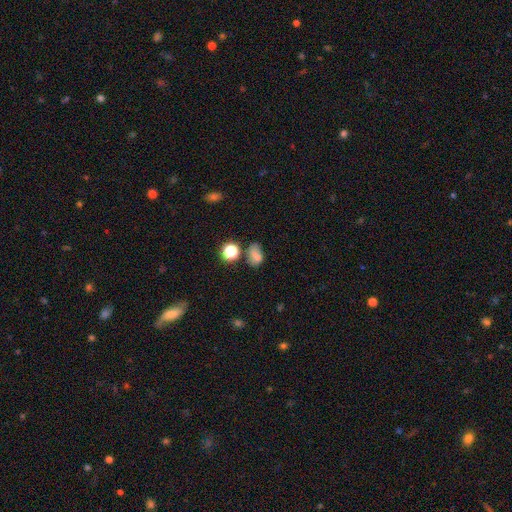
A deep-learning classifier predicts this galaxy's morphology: The model was most divided on "merging": none: 48%, minor disturbance: 26%, merger: 14%, major disturbance: 13%. More confident: how rounded — in between (72%); smooth or featured — smooth (67%).